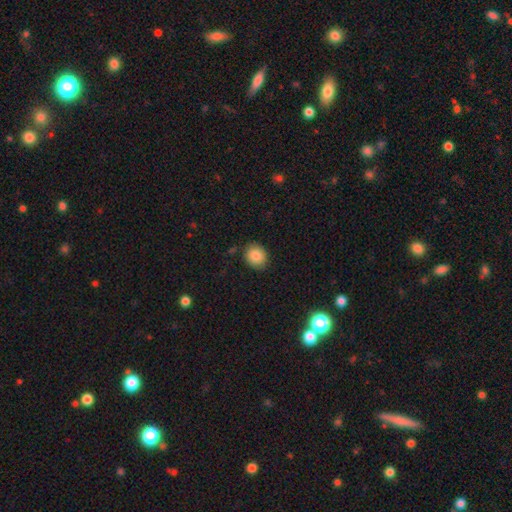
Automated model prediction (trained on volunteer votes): Morphology: type=smooth (85%); roundness=round (75%); merging=none (84%).